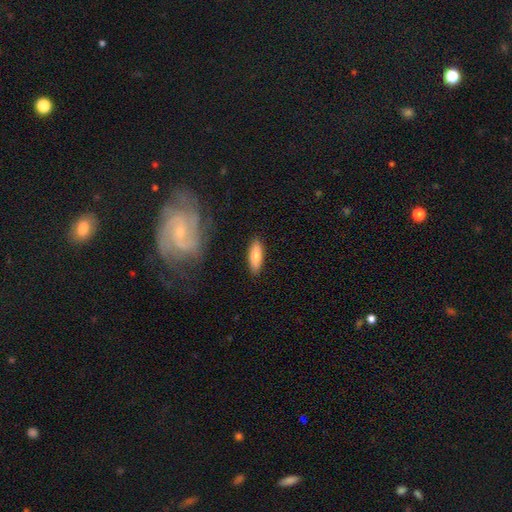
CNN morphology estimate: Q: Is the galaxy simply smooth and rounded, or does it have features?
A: smooth — 78%.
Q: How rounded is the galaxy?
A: in between — 59%.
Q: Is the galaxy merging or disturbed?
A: none — 87%.